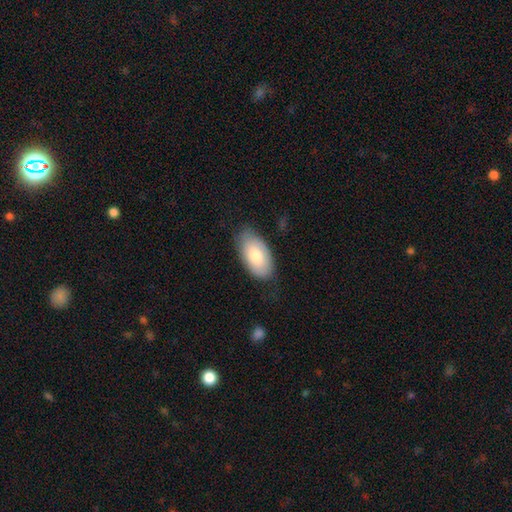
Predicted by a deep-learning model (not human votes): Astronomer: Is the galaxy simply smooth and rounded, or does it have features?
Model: smooth — 76%.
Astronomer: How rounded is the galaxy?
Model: in between — 95%.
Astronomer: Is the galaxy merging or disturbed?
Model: none — 75%.